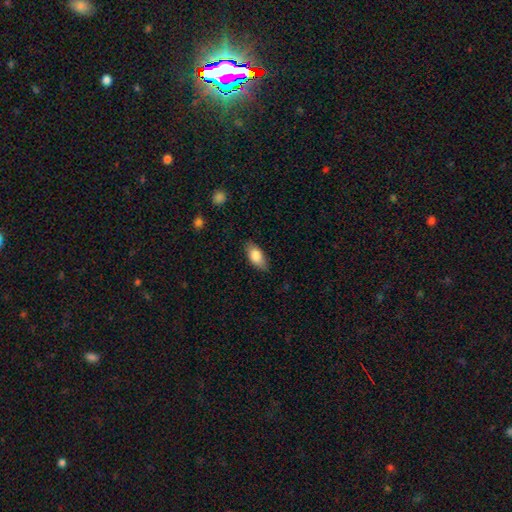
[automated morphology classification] A smooth galaxy with no disk features (83%) that is in between round and cigar-shaped (89%).

Vote fractions:
- Smooth or featured? smooth: 83% / featured or disk: 10% / star or artifact: 6%
- How rounded? in between: 89% / cigar-shaped: 8% / round: 3%
- Merging? none: 81% / minor disturbance: 14% / major disturbance: 3% / merger: 1%